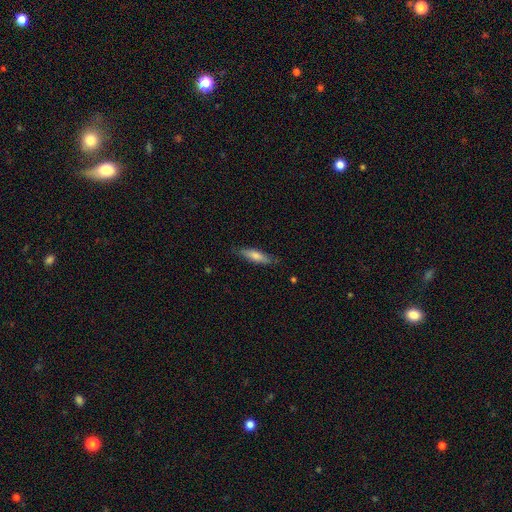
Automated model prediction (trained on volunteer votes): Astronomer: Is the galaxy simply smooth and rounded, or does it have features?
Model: smooth — 71%.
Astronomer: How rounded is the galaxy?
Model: cigar-shaped — 66%.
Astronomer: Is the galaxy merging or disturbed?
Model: none — 82%.